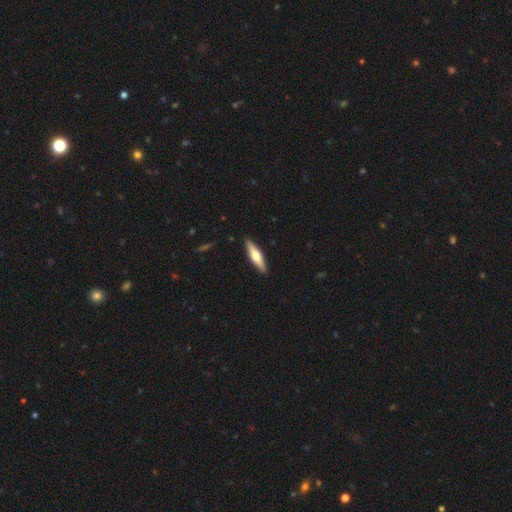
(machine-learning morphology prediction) A featured or disk galaxy (50%) viewed edge-on (94%). Merging: none (91%).